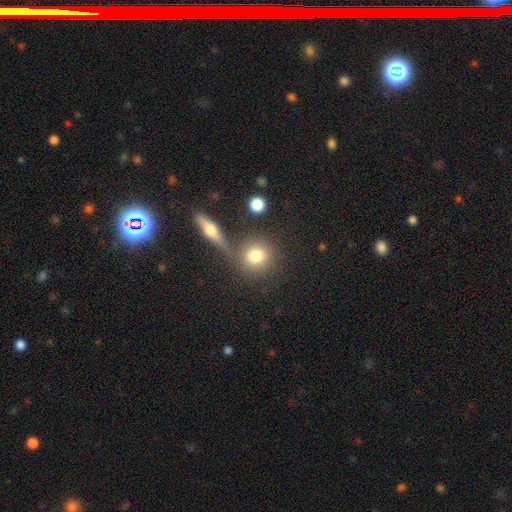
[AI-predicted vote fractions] This appears to be a smooth galaxy with no disk features (77%) that is round (87%). Merging: none (68%).